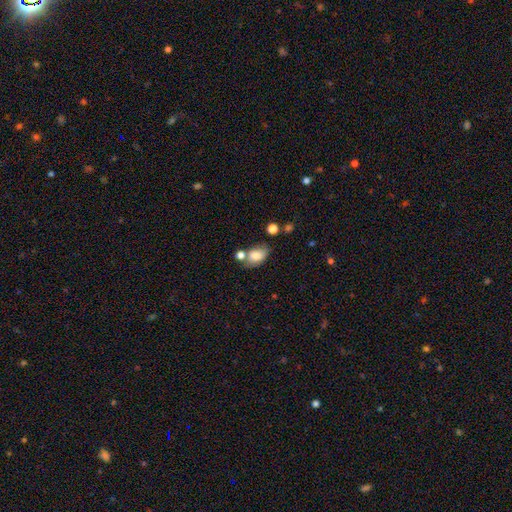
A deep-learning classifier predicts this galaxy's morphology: Overall: smooth (79%). How rounded: in between (85%). Merging: none (51%; merger 22%).